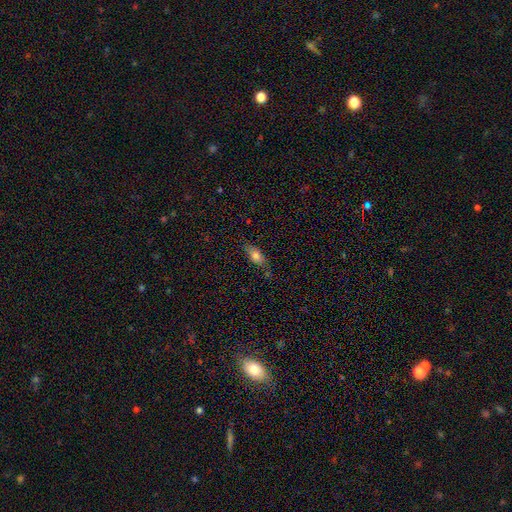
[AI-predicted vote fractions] A smooth galaxy with no disk features (73%) that is in between round and cigar-shaped (77%).

Vote fractions:
- Smooth or featured? smooth: 73% / featured or disk: 18% / star or artifact: 9%
- How rounded? in between: 77% / cigar-shaped: 18% / round: 5%
- Merging? none: 71% / minor disturbance: 21% / major disturbance: 4% / merger: 3%